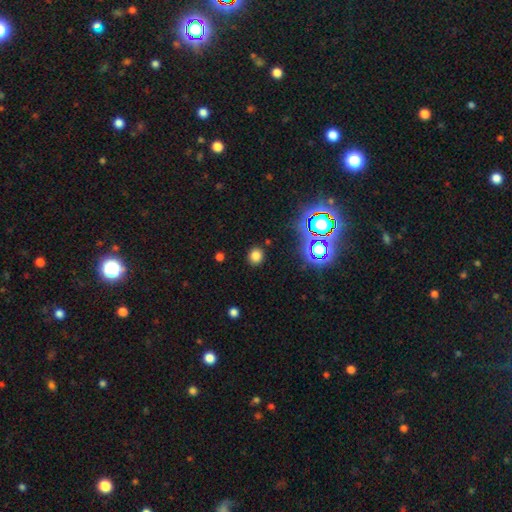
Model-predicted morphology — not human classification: Q: Smooth or featured?
A: smooth (75%); runner-up: star or artifact (20%)
Q: How rounded?
A: round (83%); runner-up: in between (16%)
Q: Merging?
A: none (88%); runner-up: minor disturbance (7%)